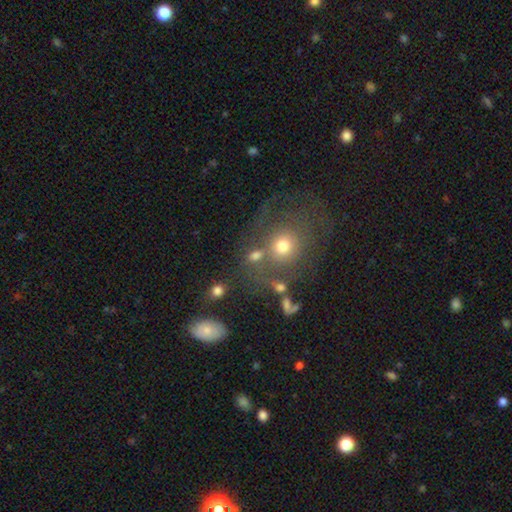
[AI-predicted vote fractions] smooth 65%, star or artifact 18%, featured or disk 17%. Down the decision tree: how rounded — round (62%); merging — none (49%).